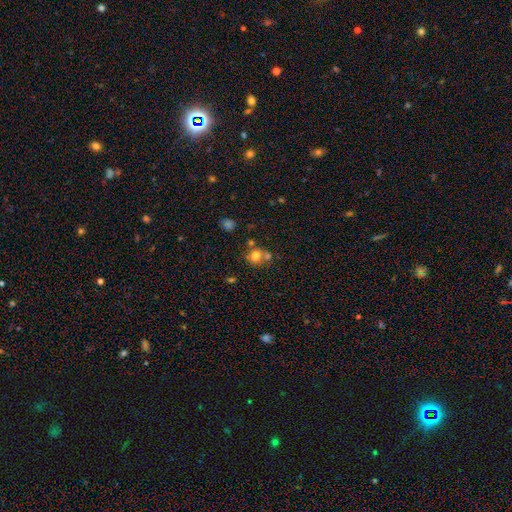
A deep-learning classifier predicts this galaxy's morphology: Smooth or featured?
  - smooth: 76% *
  - star or artifact: 13%
  - featured or disk: 11%
How rounded?
  - round: 82% *
  - in between: 17%
  - cigar-shaped: 1%
Merging?
  - none: 53% *
  - merger: 33%
  - minor disturbance: 10%
  - major disturbance: 4%